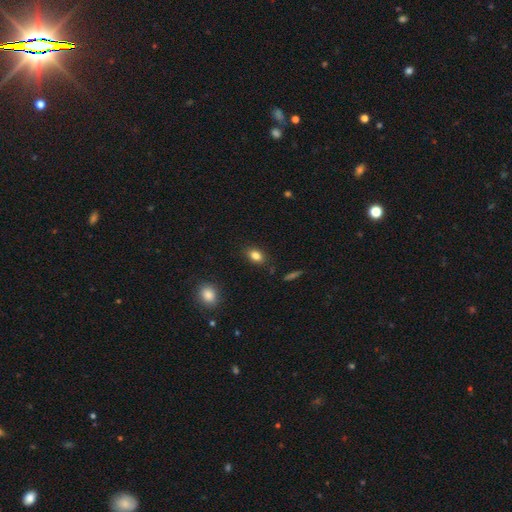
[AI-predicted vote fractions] Morphology: type=smooth (84%); roundness=in between (80%); merging=none (85%).